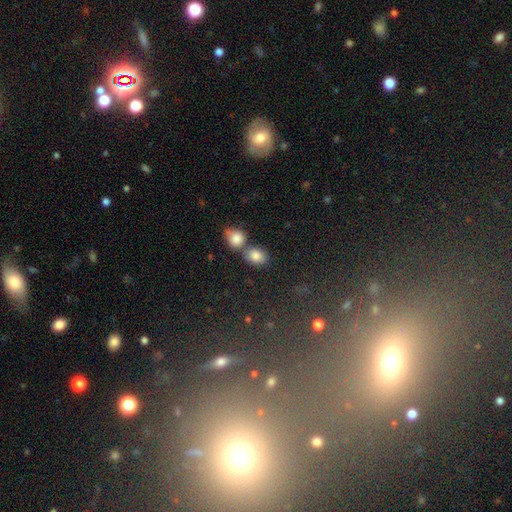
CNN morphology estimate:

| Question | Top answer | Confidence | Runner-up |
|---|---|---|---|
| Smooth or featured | smooth | 84% | star or artifact (9%) |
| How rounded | in between | 58% | round (40%) |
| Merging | none | 53% | merger (33%) |